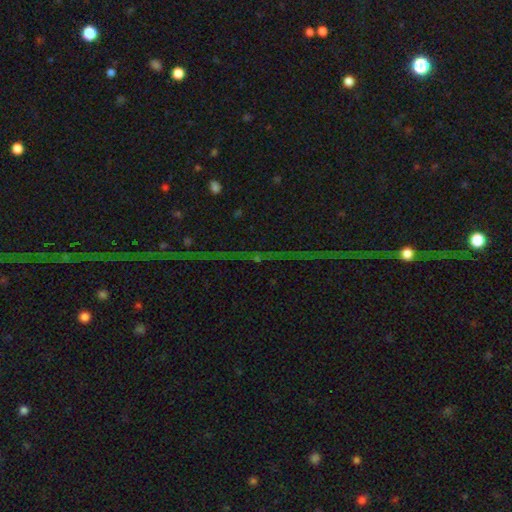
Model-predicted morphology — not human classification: A star or artifact, not a galaxy (80%).